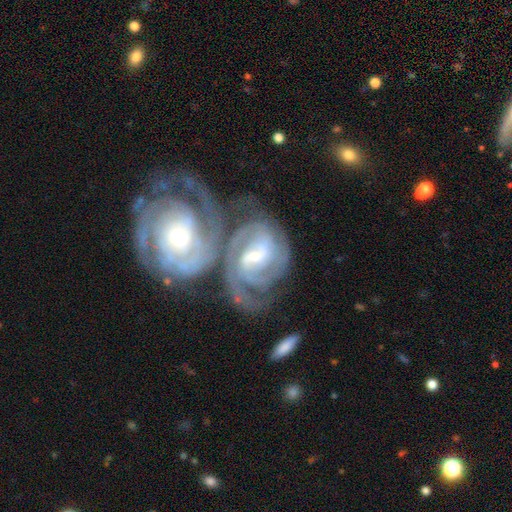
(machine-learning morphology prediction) This is clearly a featured or disk galaxy (89%). It is clearly not viewed edge-on (97%). Bar: possibly weak (46%). Spiral arm pattern: clearly yes (98%). Spiral arm count: marginally 2 (38%). Spiral winding: likely tight (65%). Central bulge: possibly small (57%). Merging: possibly merger (59%).